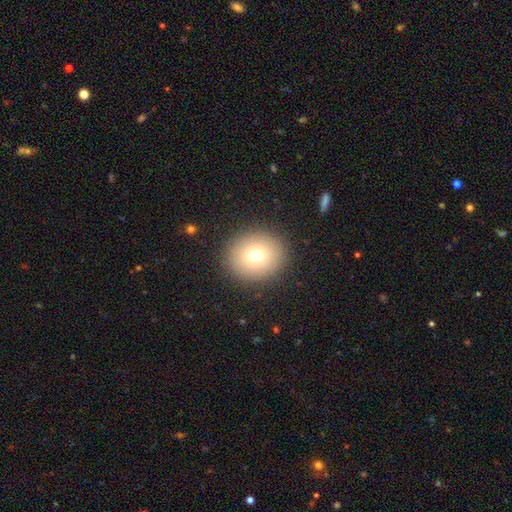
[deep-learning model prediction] A smooth galaxy with no disk features (72%) that is round (81%).

Vote fractions:
- Smooth or featured? smooth: 72% / star or artifact: 14% / featured or disk: 14%
- How rounded? round: 81% / in between: 19% / cigar-shaped: 1%
- Merging? none: 89% / minor disturbance: 6% / major disturbance: 3% / merger: 1%